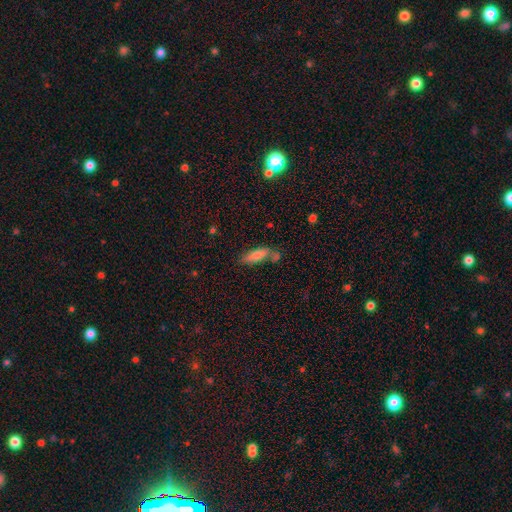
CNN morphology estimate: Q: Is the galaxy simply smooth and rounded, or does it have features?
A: smooth — 74%.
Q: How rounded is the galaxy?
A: in between — 49%.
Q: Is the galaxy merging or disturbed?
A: none — 57%.